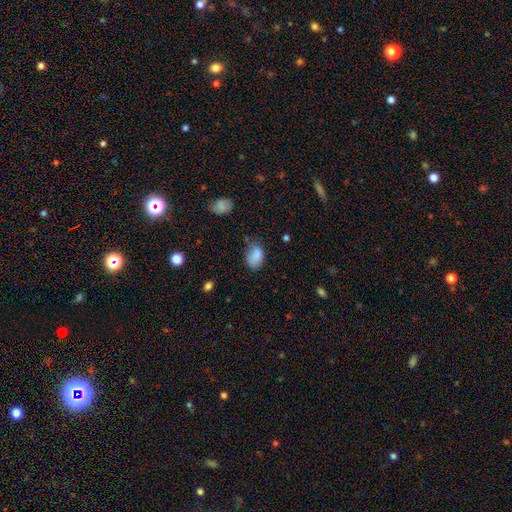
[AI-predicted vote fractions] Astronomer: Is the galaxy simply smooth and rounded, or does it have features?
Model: smooth — 84%.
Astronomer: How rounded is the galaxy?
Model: in between — 83%.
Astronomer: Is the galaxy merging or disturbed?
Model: none — 56% (runner-up: minor disturbance, 31%).